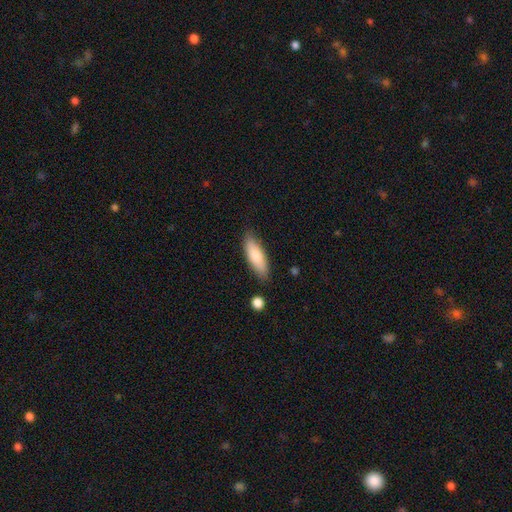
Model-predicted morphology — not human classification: This appears to be a smooth galaxy with no disk features (78%) that is in between round and cigar-shaped (59%). Merging: none (80%).